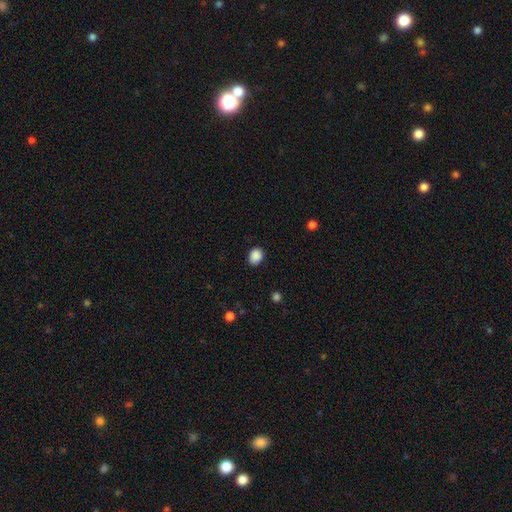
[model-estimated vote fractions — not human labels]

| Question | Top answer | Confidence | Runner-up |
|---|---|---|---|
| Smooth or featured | smooth | 89% | star or artifact (9%) |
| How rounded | in between | 52% | round (47%) |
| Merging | none | 83% | minor disturbance (13%) |